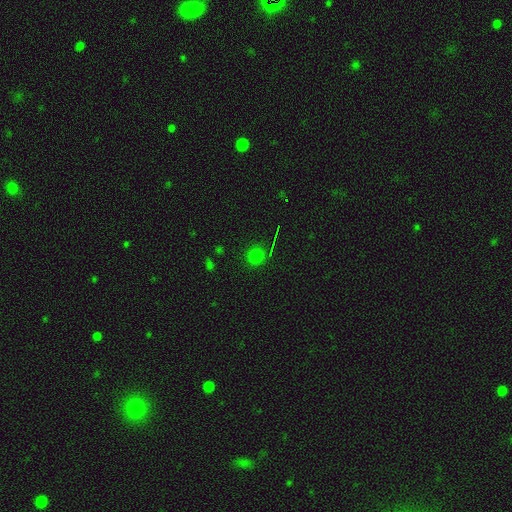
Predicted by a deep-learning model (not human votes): Morphology: type=smooth (73%); roundness=round (93%); merging=none (88%).